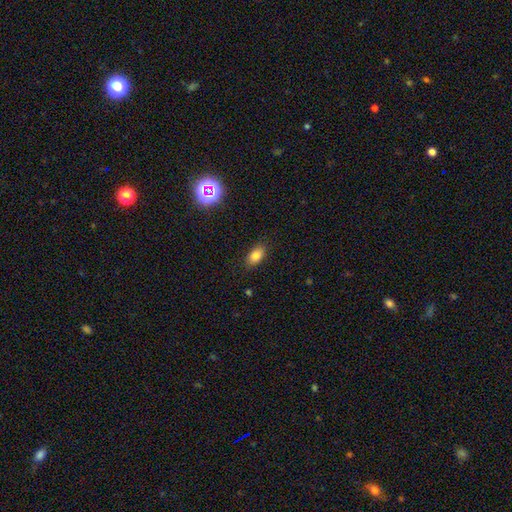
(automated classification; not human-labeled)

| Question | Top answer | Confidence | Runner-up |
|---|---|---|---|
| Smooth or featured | smooth | 81% | star or artifact (12%) |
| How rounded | in between | 89% | round (8%) |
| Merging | none | 87% | minor disturbance (9%) |